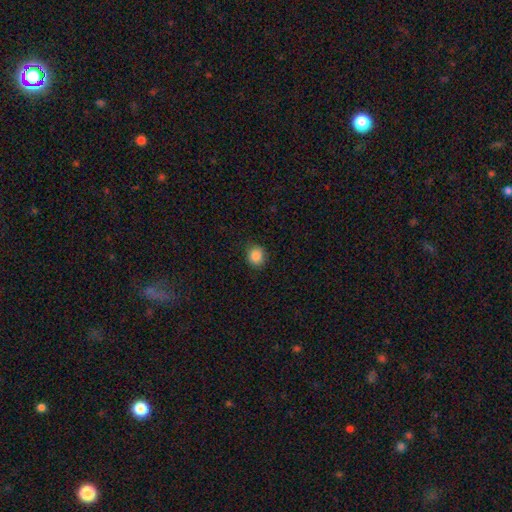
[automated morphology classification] The model was most divided on "how rounded": round: 84%, in between: 15%, cigar-shaped: 1%. More confident: merging — none (88%); smooth or featured — smooth (87%).